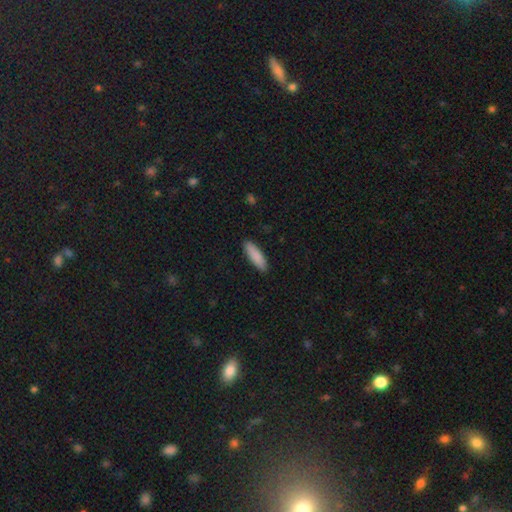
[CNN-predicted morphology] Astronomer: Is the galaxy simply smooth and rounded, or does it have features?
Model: smooth — 88%.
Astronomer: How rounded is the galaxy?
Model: cigar-shaped — 53% (runner-up: in between, 46%).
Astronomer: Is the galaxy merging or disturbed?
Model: none — 90%.